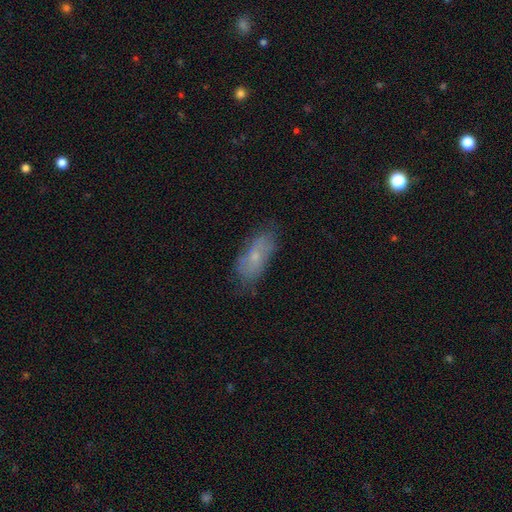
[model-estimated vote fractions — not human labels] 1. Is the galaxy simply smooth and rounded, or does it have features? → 59% smooth, 32% featured or disk, 9% star or artifact.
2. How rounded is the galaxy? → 84% in between, 12% cigar-shaped, 4% round.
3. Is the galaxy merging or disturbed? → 65% none, 25% minor disturbance, 8% major disturbance, 2% merger.